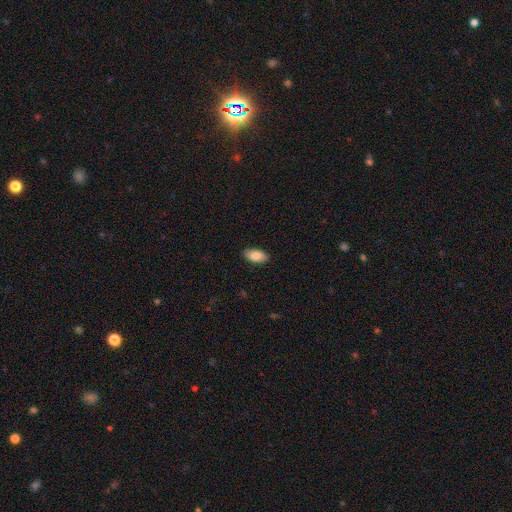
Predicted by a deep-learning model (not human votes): A smooth galaxy with no disk features (86%) that is in between round and cigar-shaped (92%). Merging: none (88%).